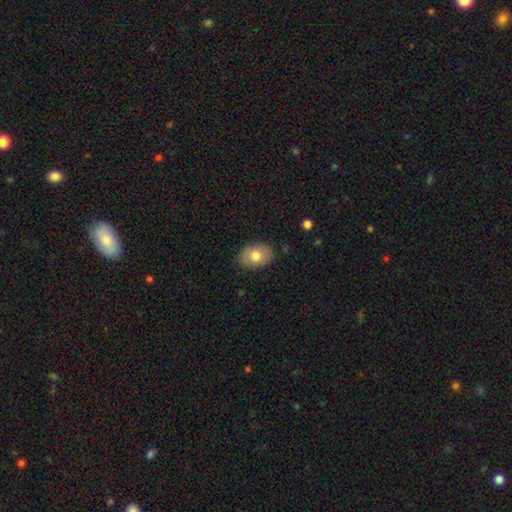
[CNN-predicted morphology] smooth_or_featured: smooth (p=0.76) [alt: featured or disk p=0.16]
how_rounded: in between (p=0.81) [alt: round p=0.18]
merging: none (p=0.86) [alt: minor disturbance p=0.11]